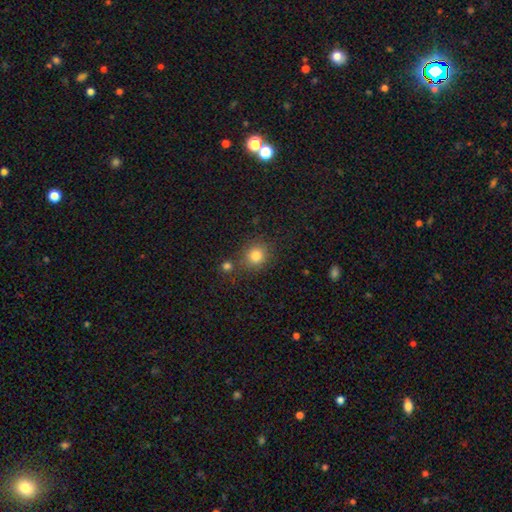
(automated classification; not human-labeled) Morphology: type=smooth (82%); roundness=round (80%); merging=none (74%).